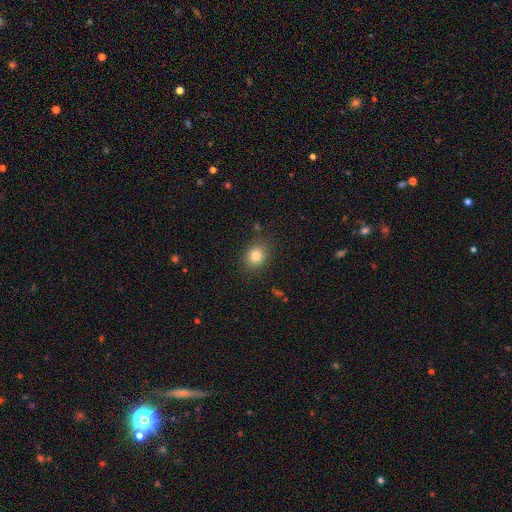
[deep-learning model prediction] The model was most divided on "how rounded": round: 61%, in between: 38%, cigar-shaped: 1%. More confident: merging — none (84%); smooth or featured — smooth (82%).